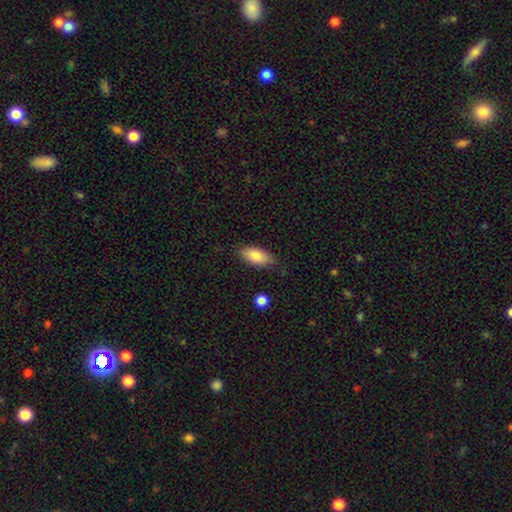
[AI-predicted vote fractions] Overall: smooth (82%). How rounded: in between (88%). Merging: none (77%).